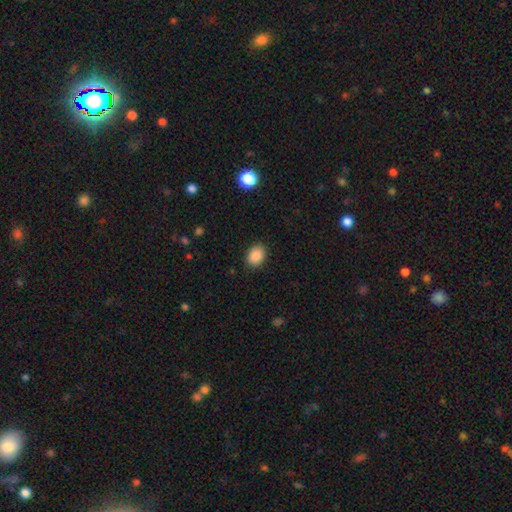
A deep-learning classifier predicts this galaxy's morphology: Q: Smooth or featured?
A: smooth (89%); runner-up: star or artifact (8%)
Q: How rounded?
A: in between (67%); runner-up: round (33%)
Q: Merging?
A: none (89%); runner-up: minor disturbance (8%)